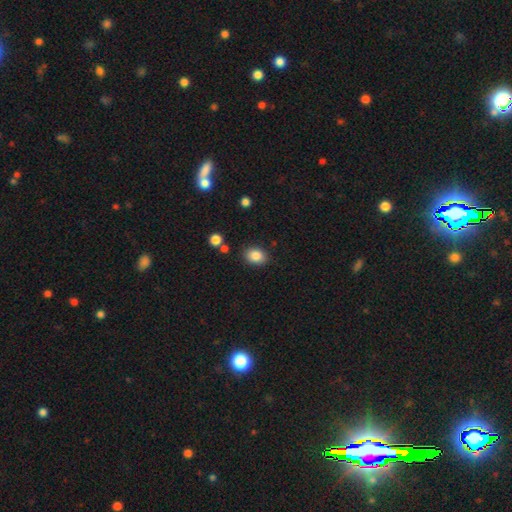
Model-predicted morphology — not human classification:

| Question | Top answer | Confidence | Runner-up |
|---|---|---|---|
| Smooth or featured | smooth | 85% | star or artifact (9%) |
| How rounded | in between | 64% | round (35%) |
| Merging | none | 84% | minor disturbance (10%) |